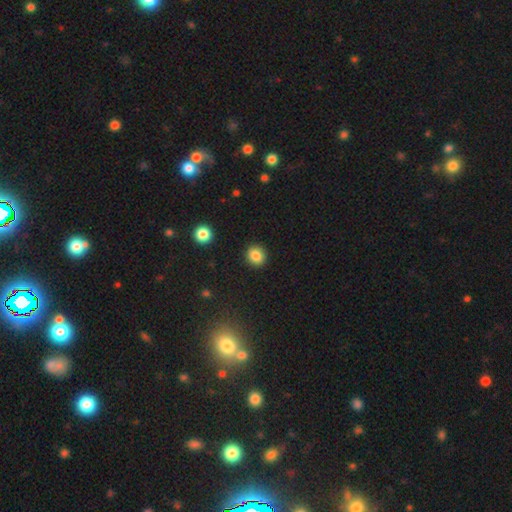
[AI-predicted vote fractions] Smooth or featured?
  - smooth: 85% *
  - star or artifact: 10%
  - featured or disk: 5%
How rounded?
  - round: 83% *
  - in between: 16%
  - cigar-shaped: 1%
Merging?
  - none: 91% *
  - minor disturbance: 5%
  - major disturbance: 2%
  - merger: 1%